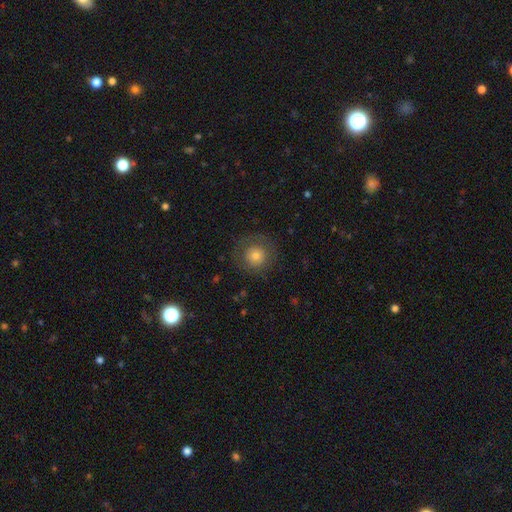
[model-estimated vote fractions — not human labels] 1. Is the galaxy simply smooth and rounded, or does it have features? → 68% smooth, 20% featured or disk, 12% star or artifact.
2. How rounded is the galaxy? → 93% round, 6% in between, 1% cigar-shaped.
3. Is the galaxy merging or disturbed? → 80% none, 12% minor disturbance, 7% major disturbance, 1% merger.